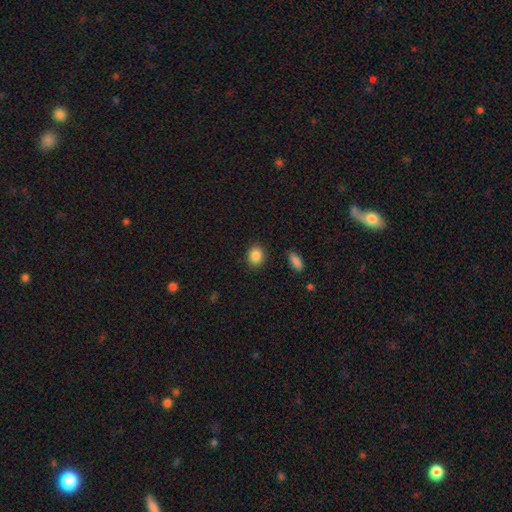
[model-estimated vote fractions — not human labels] The model was most divided on "how rounded": round: 65%, in between: 34%, cigar-shaped: 1%. More confident: merging — none (88%); smooth or featured — smooth (87%).